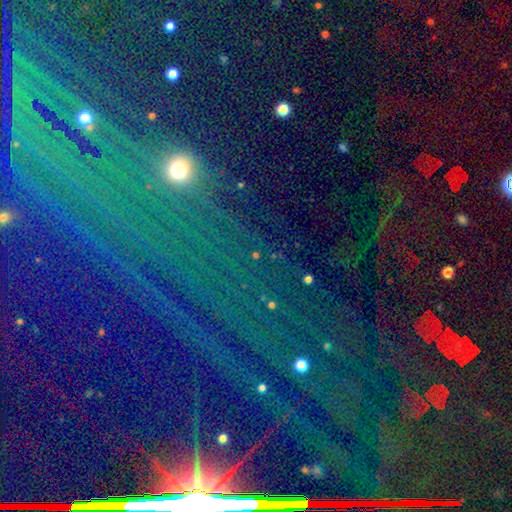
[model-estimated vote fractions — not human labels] This appears to be a star or artifact, not a galaxy (79%).